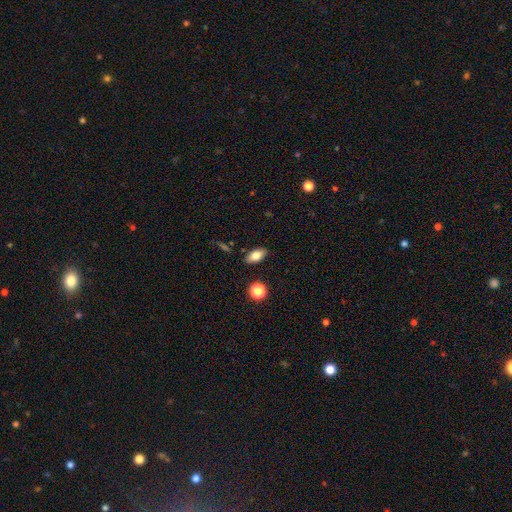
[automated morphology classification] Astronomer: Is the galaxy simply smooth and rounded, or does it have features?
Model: smooth — 78%.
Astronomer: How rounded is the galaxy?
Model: in between — 88%.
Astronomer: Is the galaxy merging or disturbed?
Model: none — 86%.